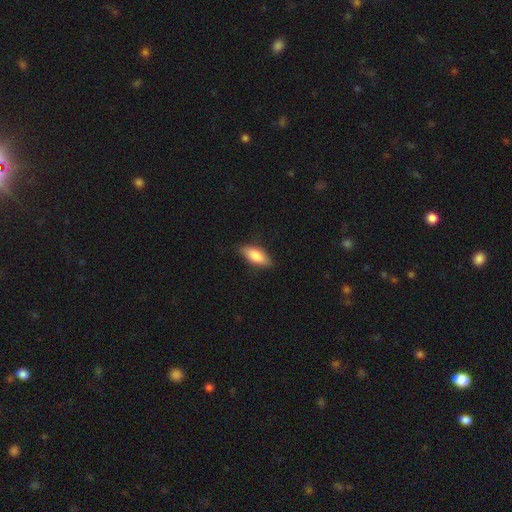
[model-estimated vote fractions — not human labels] Smooth or featured: smooth — 82% (featured or disk — 12%)
How rounded: in between — 78% (cigar-shaped — 19%)
Merging: none — 83% (minor disturbance — 14%)